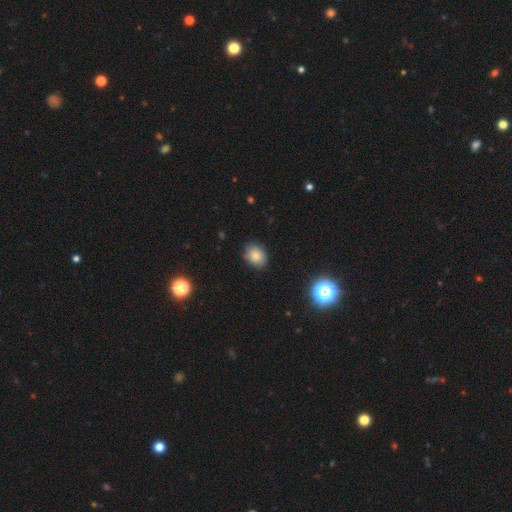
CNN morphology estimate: Q: Smooth or featured?
A: smooth (81%); runner-up: star or artifact (12%)
Q: How rounded?
A: in between (52%); runner-up: round (47%)
Q: Merging?
A: none (85%); runner-up: minor disturbance (12%)